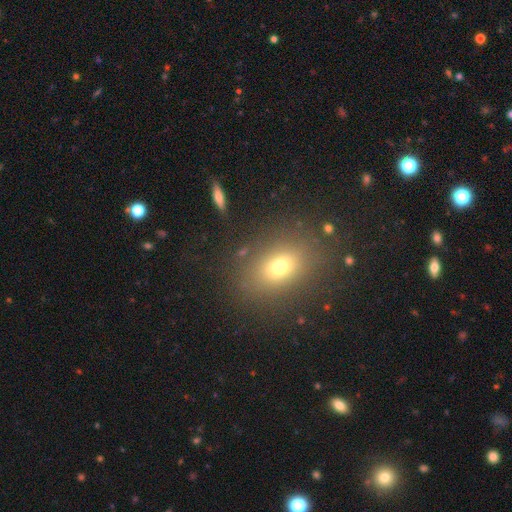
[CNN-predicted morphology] A smooth galaxy with no disk features (64%) that is in between round and cigar-shaped (69%). Merging: none (87%).